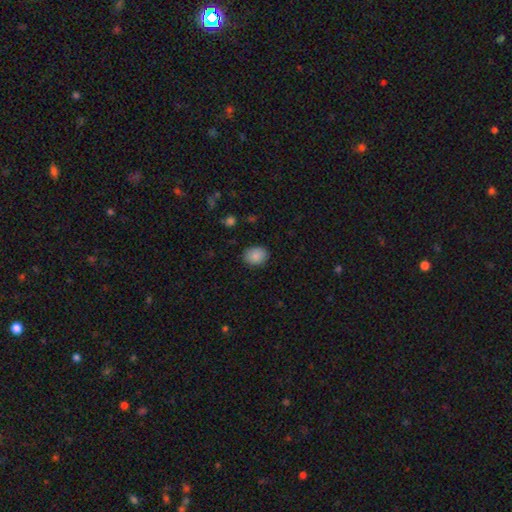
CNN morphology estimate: smooth 87%, star or artifact 8%, featured or disk 5%. Down the decision tree: how rounded — in between (56%); merging — none (86%).